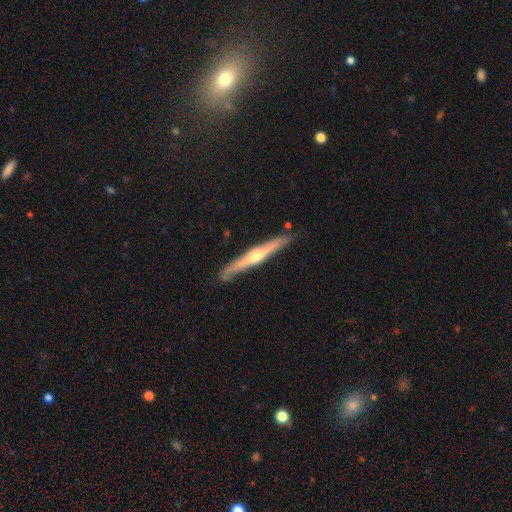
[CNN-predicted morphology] Overall: featured or disk (71%). Edge-on disk: yes (96%). Edge-on bulge: rounded (85%). Merging: none (84%).